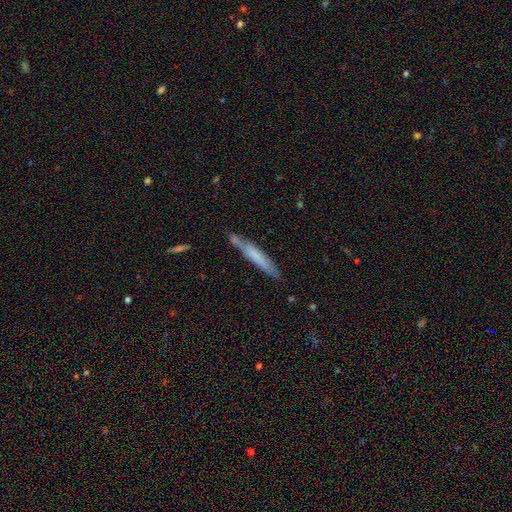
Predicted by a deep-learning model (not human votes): Smooth or featured? Predicted: smooth (p=0.59). How rounded? Predicted: cigar-shaped (p=0.93). Merging? Predicted: none (p=0.71).